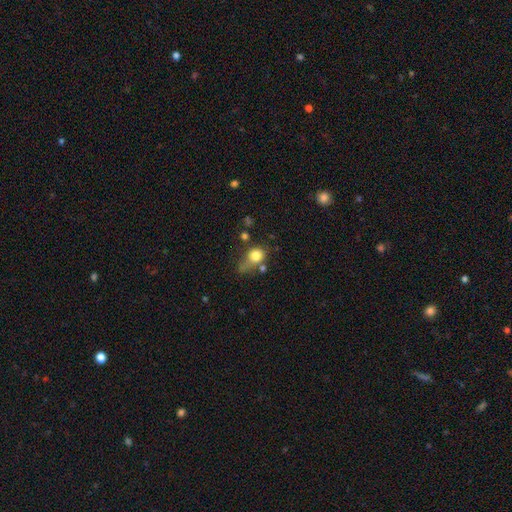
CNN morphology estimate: Q: Smooth or featured?
A: smooth (78%); runner-up: featured or disk (12%)
Q: How rounded?
A: round (61%); runner-up: in between (37%)
Q: Merging?
A: none (36%); runner-up: minor disturbance (27%)